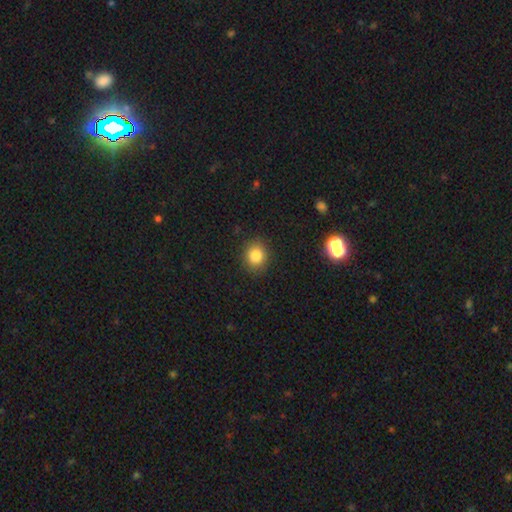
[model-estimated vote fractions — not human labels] The model was most divided on "how rounded": round: 73%, in between: 26%, cigar-shaped: 1%. More confident: merging — none (88%); smooth or featured — smooth (83%).